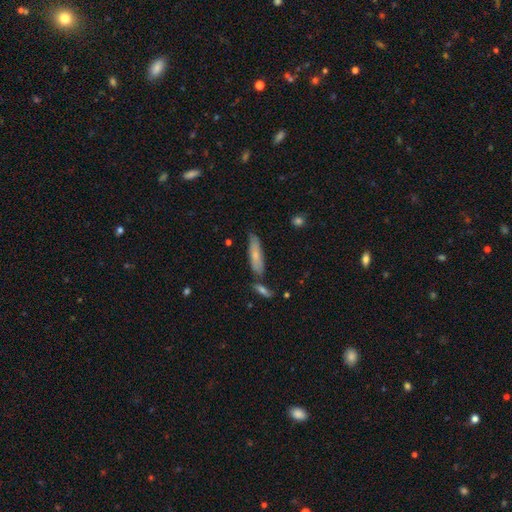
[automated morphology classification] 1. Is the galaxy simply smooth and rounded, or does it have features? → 64% smooth, 29% featured or disk, 7% star or artifact.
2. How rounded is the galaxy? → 68% cigar-shaped, 30% in between, 2% round.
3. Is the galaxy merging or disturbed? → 68% none, 18% minor disturbance, 11% merger, 4% major disturbance.